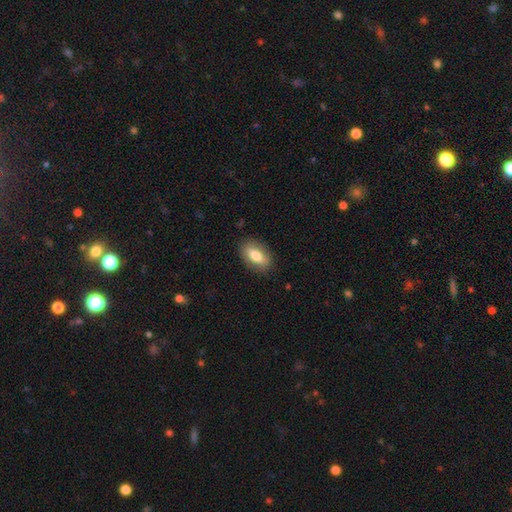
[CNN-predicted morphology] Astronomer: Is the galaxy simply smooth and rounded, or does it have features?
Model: smooth — 75%.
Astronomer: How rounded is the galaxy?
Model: in between — 86%.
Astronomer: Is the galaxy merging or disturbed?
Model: none — 86%.